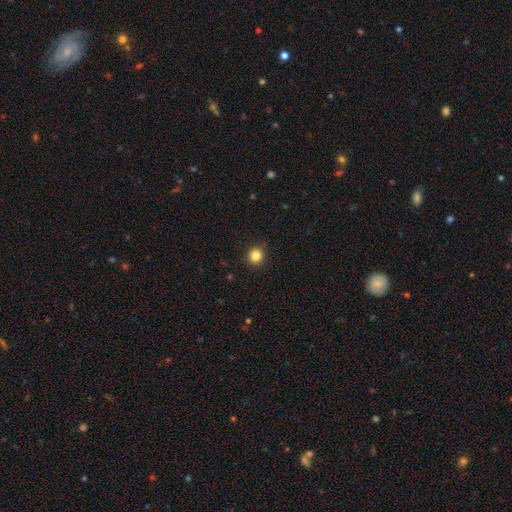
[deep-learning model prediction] Smooth or featured? Predicted: smooth (p=0.84). How rounded? Predicted: round (p=0.92). Merging? Predicted: none (p=0.91).